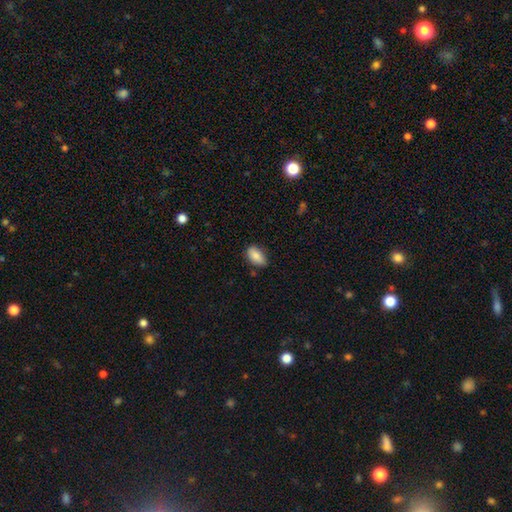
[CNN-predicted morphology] Smooth or featured?
  - smooth: 85% *
  - featured or disk: 7%
  - star or artifact: 7%
How rounded?
  - in between: 92% *
  - round: 5%
  - cigar-shaped: 3%
Merging?
  - none: 73% *
  - minor disturbance: 22%
  - major disturbance: 3%
  - merger: 2%